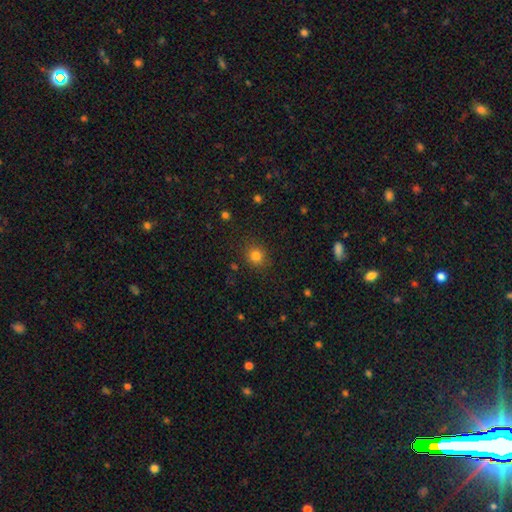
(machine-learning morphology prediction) type=smooth (81%); roundness=round (82%); merging=none (86%).